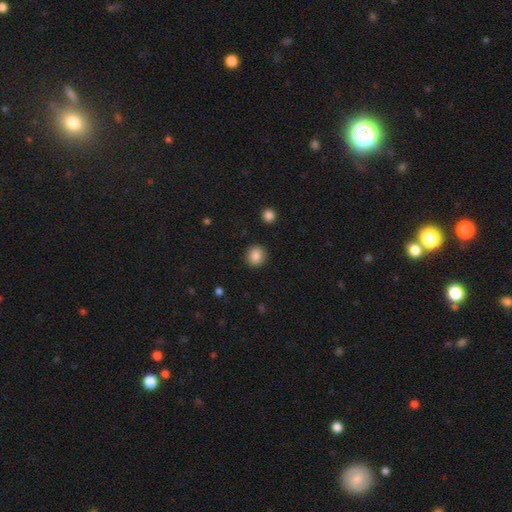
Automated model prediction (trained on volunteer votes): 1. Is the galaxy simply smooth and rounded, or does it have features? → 86% smooth, 9% star or artifact, 5% featured or disk.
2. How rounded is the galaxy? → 87% round, 13% in between, 1% cigar-shaped.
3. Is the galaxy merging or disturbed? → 91% none, 6% minor disturbance, 2% major disturbance, 1% merger.